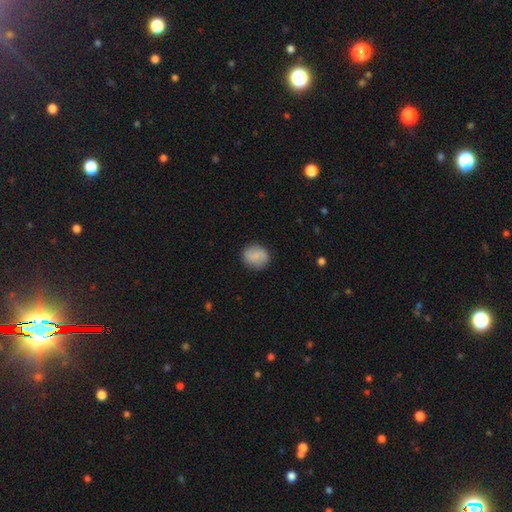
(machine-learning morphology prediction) smooth-or-featured: smooth: 75% | featured or disk: 18% | star or artifact: 7%
  how-rounded: round: 75% | in between: 24% | cigar-shaped: 1%
  merging: none: 85% | minor disturbance: 11% | major disturbance: 3% | merger: 1%